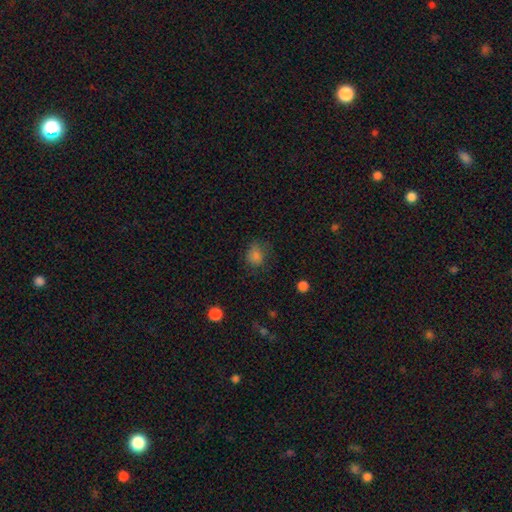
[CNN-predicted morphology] The model was most divided on "how rounded": round: 63%, in between: 36%, cigar-shaped: 1%. More confident: smooth or featured — smooth (78%); merging — none (65%).